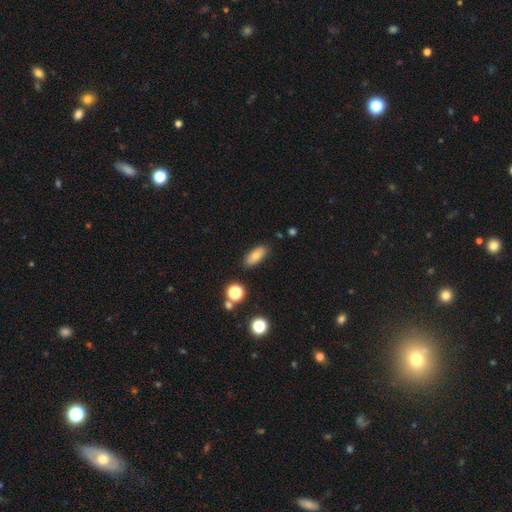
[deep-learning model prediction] A smooth galaxy with no disk features (76%) that is in between round and cigar-shaped (80%). Merging: none (85%).